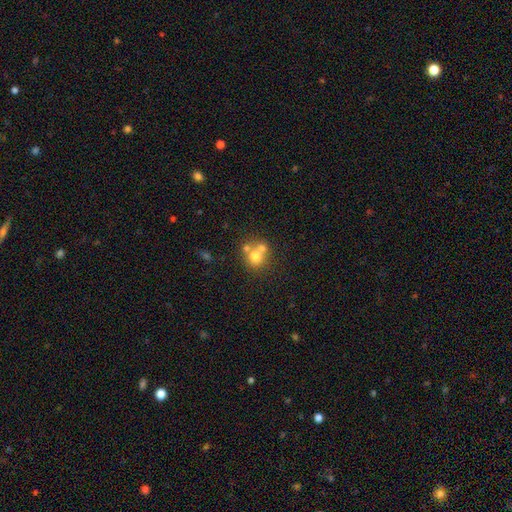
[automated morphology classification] Overall: smooth (67%). How rounded: round (84%). Merging: merger (48%; none 41%).